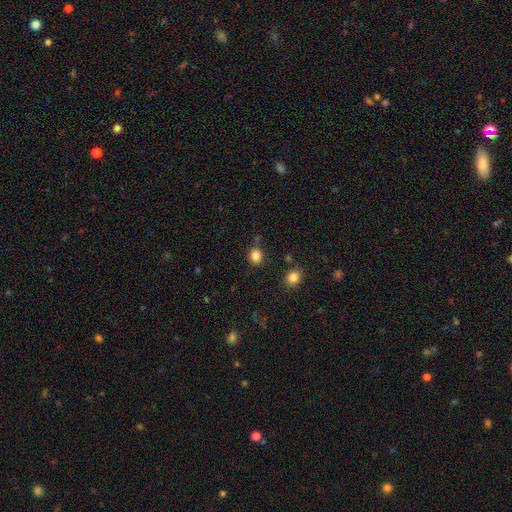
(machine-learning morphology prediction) Smooth or featured? Predicted: smooth (p=0.84). How rounded? Predicted: round (p=0.72). Merging? Predicted: none (p=0.81).